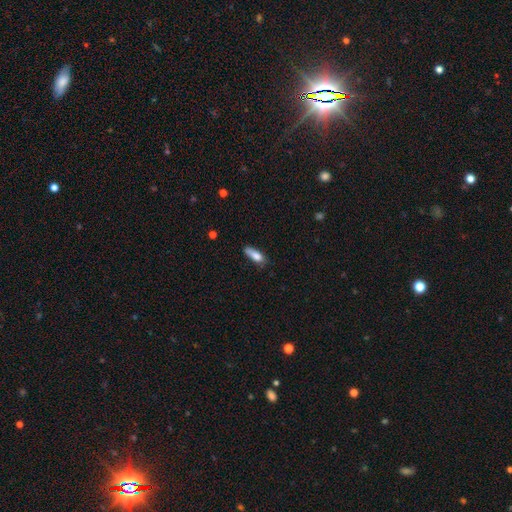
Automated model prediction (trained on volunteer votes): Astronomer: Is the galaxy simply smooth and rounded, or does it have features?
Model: smooth — 79%.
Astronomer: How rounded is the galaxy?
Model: in between — 57% (runner-up: cigar-shaped, 41%).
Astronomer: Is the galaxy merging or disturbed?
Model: none — 51% (runner-up: minor disturbance, 35%).